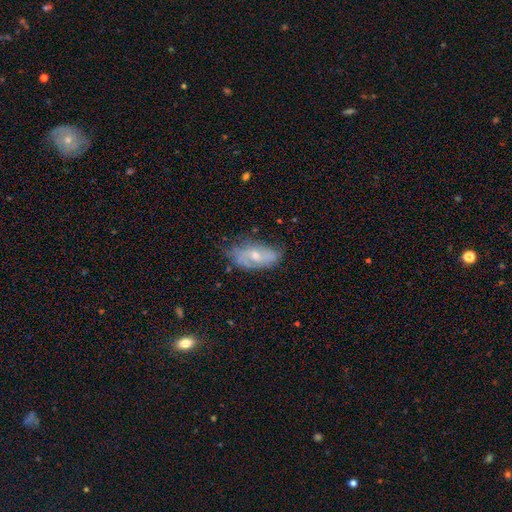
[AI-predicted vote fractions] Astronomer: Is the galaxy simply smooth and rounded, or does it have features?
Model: featured or disk — 62%.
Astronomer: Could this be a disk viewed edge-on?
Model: no — 91%.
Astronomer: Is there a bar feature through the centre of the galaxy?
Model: no — 59%.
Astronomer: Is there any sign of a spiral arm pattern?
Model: yes — 77%.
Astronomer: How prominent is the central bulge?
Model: moderate — 50% (runner-up: small, 45%).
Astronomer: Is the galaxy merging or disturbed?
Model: none — 58%.